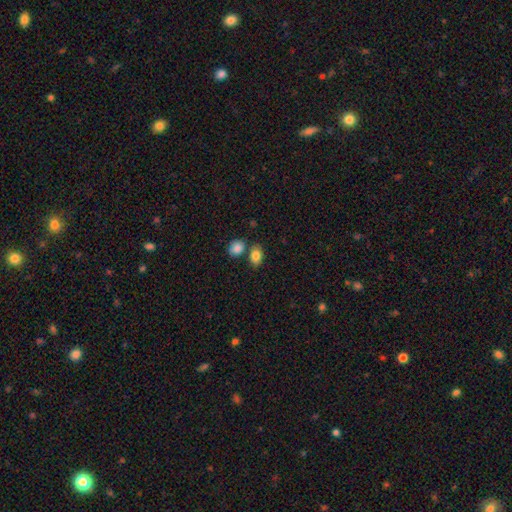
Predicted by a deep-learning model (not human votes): smooth-or-featured: smooth: 84% | star or artifact: 9% | featured or disk: 7%
  how-rounded: in between: 77% | round: 22% | cigar-shaped: 1%
  merging: none: 67% | merger: 18% | minor disturbance: 12% | major disturbance: 3%